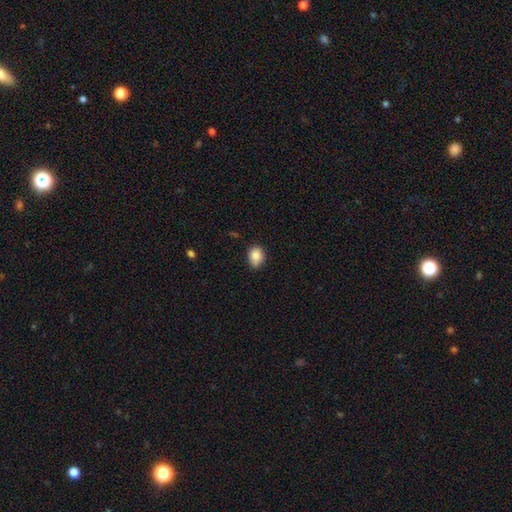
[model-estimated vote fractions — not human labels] Smooth or featured? Predicted: smooth (p=0.86). How rounded? Predicted: in between (p=0.57). Merging? Predicted: none (p=0.68).